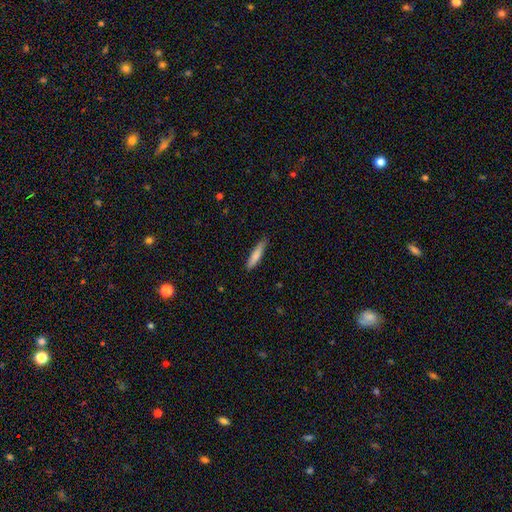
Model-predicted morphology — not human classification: A smooth galaxy with no disk features (79%) that is cigar-shaped (85%).

Vote fractions:
- Smooth or featured? smooth: 79% / featured or disk: 15% / star or artifact: 6%
- How rounded? cigar-shaped: 85% / in between: 13% / round: 1%
- Merging? none: 81% / minor disturbance: 16% / major disturbance: 2% / merger: 1%